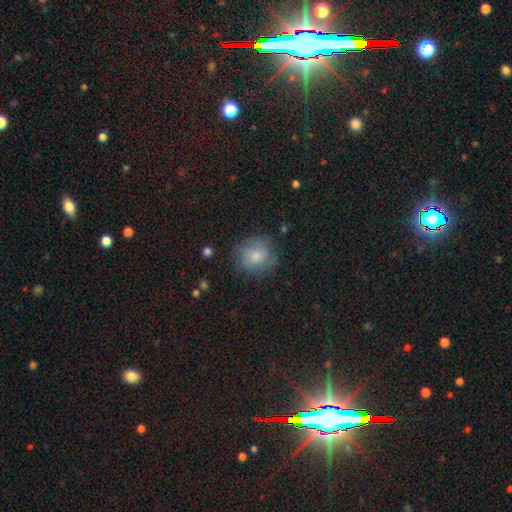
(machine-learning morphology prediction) Smooth or featured?
  - smooth: 73% *
  - featured or disk: 19%
  - star or artifact: 8%
How rounded?
  - round: 85% *
  - in between: 14%
  - cigar-shaped: 1%
Merging?
  - none: 73% *
  - minor disturbance: 18%
  - major disturbance: 7%
  - merger: 2%